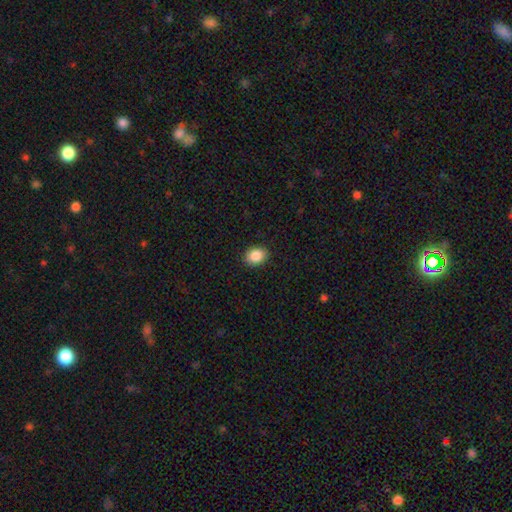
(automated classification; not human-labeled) This appears to be a smooth galaxy with no disk features (87%) that is round (51%). Merging: none (90%).